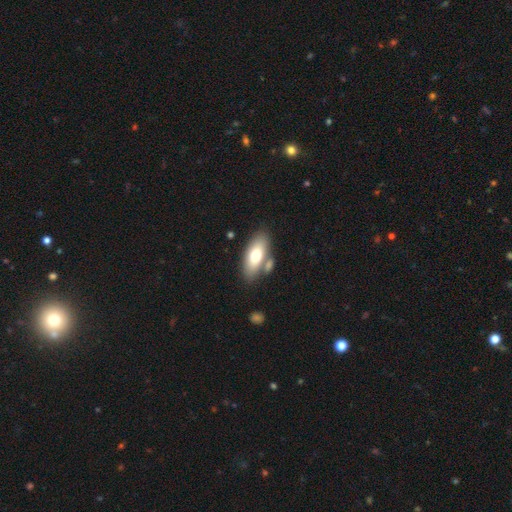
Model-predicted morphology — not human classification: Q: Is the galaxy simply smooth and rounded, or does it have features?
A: smooth — 70%.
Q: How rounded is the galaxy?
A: in between — 83%.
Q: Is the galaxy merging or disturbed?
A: none — 67%.